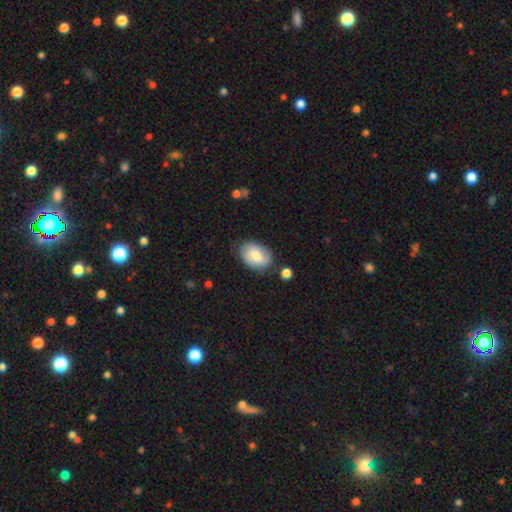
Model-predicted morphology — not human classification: smooth-or-featured: smooth: 73% | featured or disk: 21% | star or artifact: 6%
  how-rounded: in between: 83% | round: 16% | cigar-shaped: 1%
  merging: none: 76% | minor disturbance: 18% | major disturbance: 4% | merger: 3%